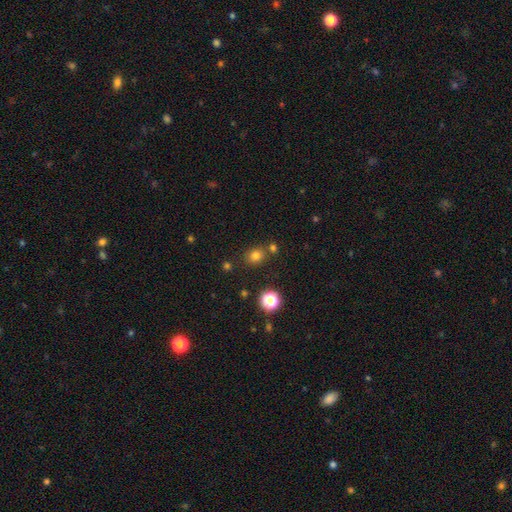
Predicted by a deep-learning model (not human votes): This appears to be a smooth galaxy with no disk features (76%) that is round (73%). Merging: none (75%).